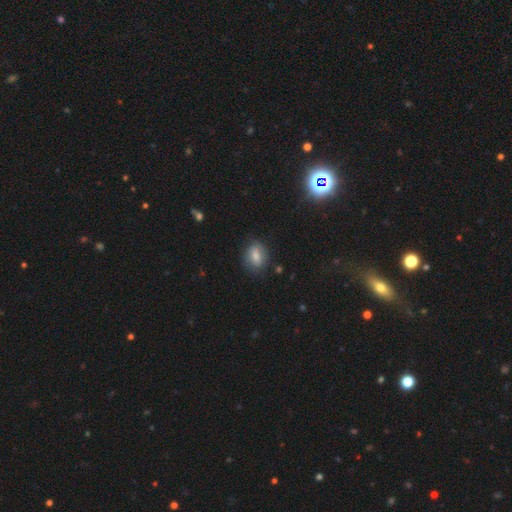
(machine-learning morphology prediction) Smooth or featured?
  - smooth: 75% *
  - featured or disk: 16%
  - star or artifact: 9%
How rounded?
  - in between: 65% *
  - round: 32%
  - cigar-shaped: 2%
Merging?
  - none: 75% *
  - minor disturbance: 18%
  - major disturbance: 5%
  - merger: 2%